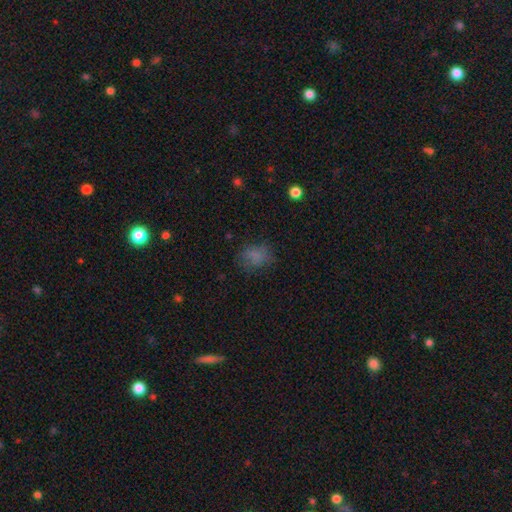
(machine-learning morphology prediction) type=smooth (75%); roundness=in between (51%); merging=none (69%).